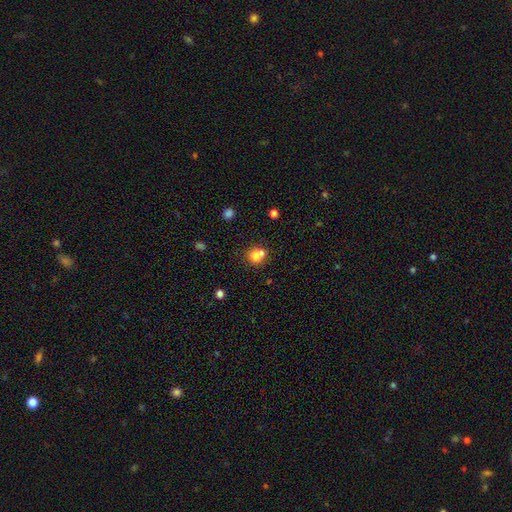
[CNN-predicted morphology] A smooth galaxy with no disk features (73%) that is round (77%).

Vote fractions:
- Smooth or featured? smooth: 73% / featured or disk: 14% / star or artifact: 13%
- How rounded? round: 77% / in between: 22% / cigar-shaped: 1%
- Merging? merger: 44% / none: 43% / minor disturbance: 9% / major disturbance: 4%